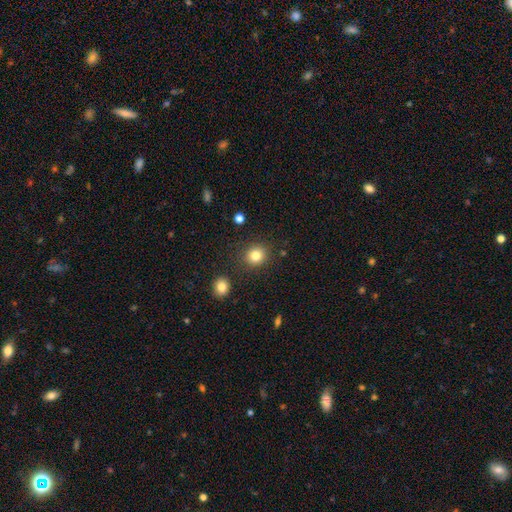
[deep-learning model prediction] Smooth or featured? smooth (83%)
How rounded? round (84%)
Merging? none (88%)